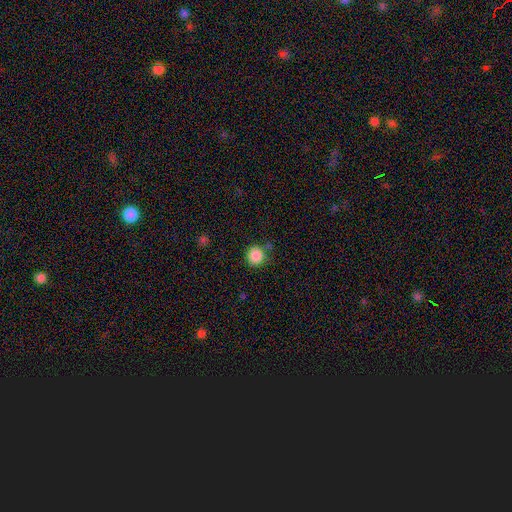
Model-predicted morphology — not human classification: Smooth or featured? Predicted: smooth (p=0.87). How rounded? Predicted: round (p=0.93). Merging? Predicted: none (p=0.82).